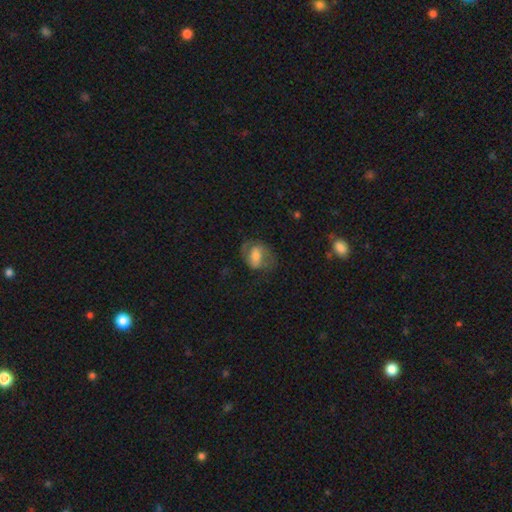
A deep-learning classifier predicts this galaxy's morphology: smooth_or_featured: featured or disk (p=0.47) [alt: smooth p=0.45]
merging: none (p=0.53) [alt: major disturbance p=0.23]